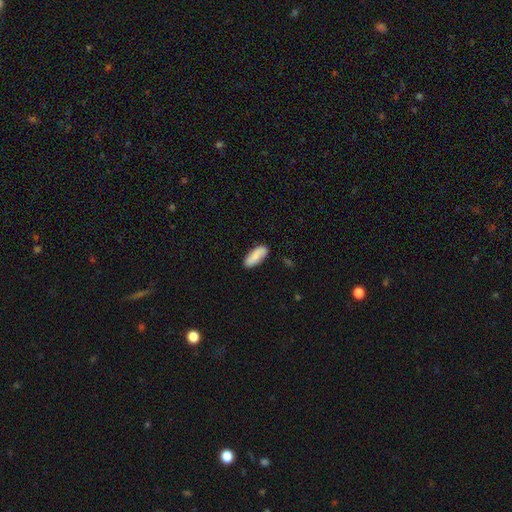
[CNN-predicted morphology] smooth_or_featured: smooth (p=0.84) [alt: featured or disk p=0.10]
how_rounded: in between (p=0.74) [alt: cigar-shaped p=0.24]
merging: none (p=0.86) [alt: minor disturbance p=0.11]